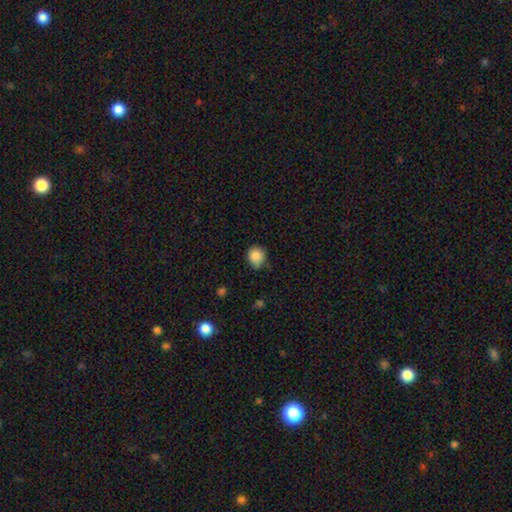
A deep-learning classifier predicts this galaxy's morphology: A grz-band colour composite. It shows a smooth galaxy with no disk features (86%) that is round (84%). Merging: none (70%).